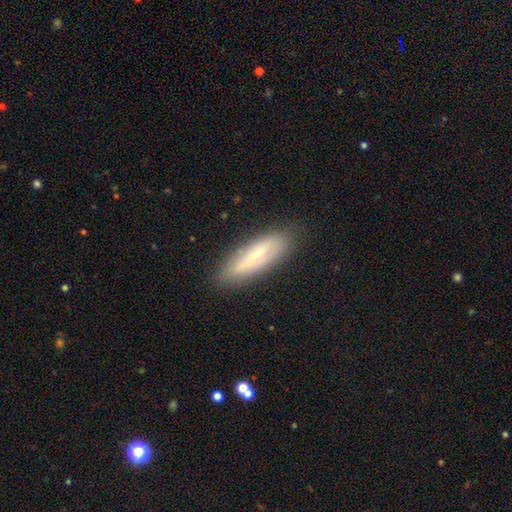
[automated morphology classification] Overall: smooth (59%; featured or disk 33%). How rounded: cigar-shaped (65%; in between 33%). Merging: none (82%).